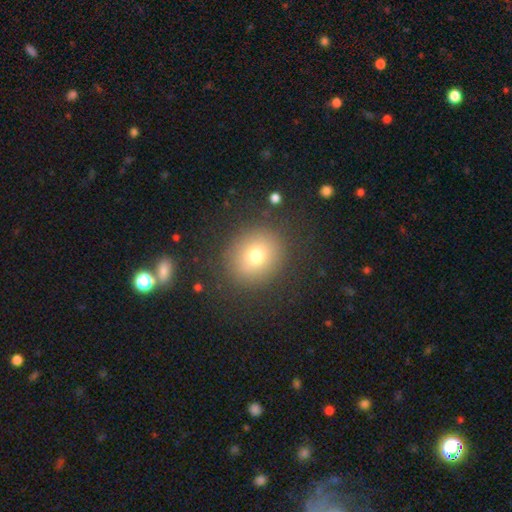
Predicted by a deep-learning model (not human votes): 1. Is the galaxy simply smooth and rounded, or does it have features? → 74% smooth, 13% featured or disk, 13% star or artifact.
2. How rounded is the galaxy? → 76% round, 23% in between, 1% cigar-shaped.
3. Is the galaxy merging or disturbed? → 86% none, 8% minor disturbance, 4% major disturbance, 2% merger.